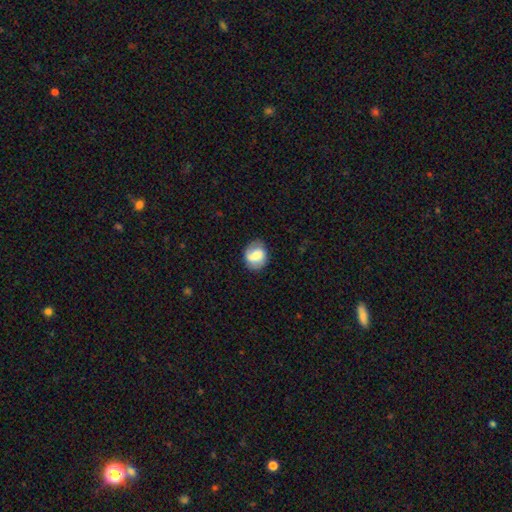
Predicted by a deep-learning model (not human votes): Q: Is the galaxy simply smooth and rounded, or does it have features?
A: smooth — 55%.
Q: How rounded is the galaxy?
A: round — 65%.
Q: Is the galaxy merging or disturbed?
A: none — 74%.